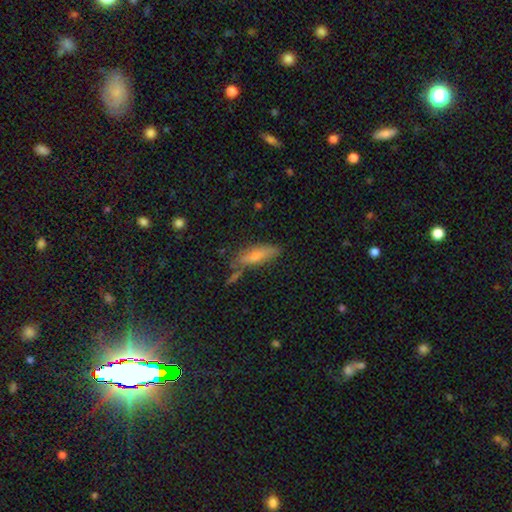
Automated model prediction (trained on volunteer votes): Overall: smooth (61%; featured or disk 29%). How rounded: cigar-shaped (53%; in between 44%). Merging: none (61%; minor disturbance 21%).